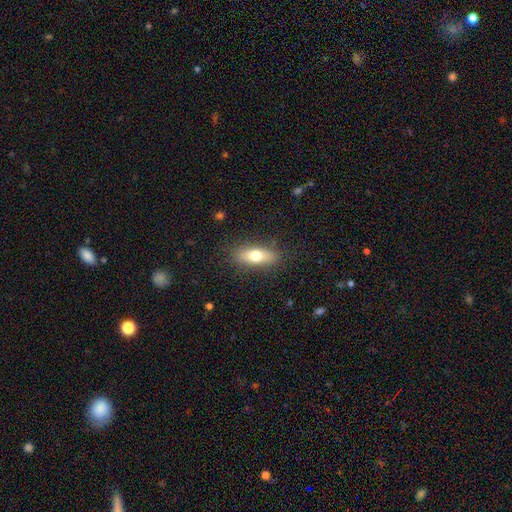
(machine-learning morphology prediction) type=smooth (69%); roundness=in between (67%); merging=none (85%).